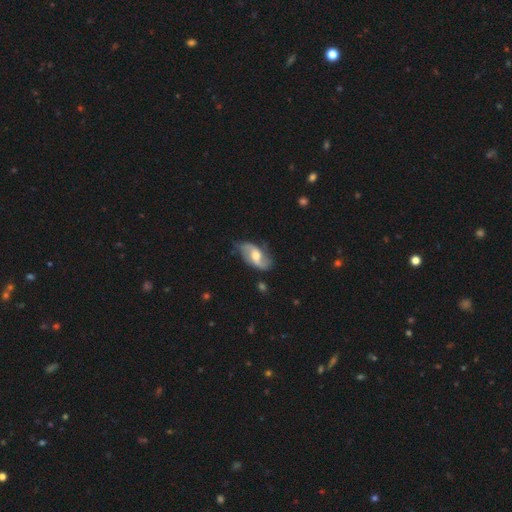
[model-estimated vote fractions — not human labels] smooth_or_featured: featured or disk (p=0.78) [alt: smooth p=0.17]
disk_edge_on: no (p=0.95) [alt: yes p=0.05]
bar: weak (p=0.46) [alt: no p=0.34]
has_spiral_arms: yes (p=0.91) [alt: no p=0.09]
spiral_winding: loose (p=0.67) [alt: medium p=0.25]
spiral_arm_count: 2 (p=0.90) [alt: can't tell p=0.04]
bulge_size: moderate (p=0.70) [alt: small p=0.18]
merging: none (p=0.70) [alt: minor disturbance p=0.22]